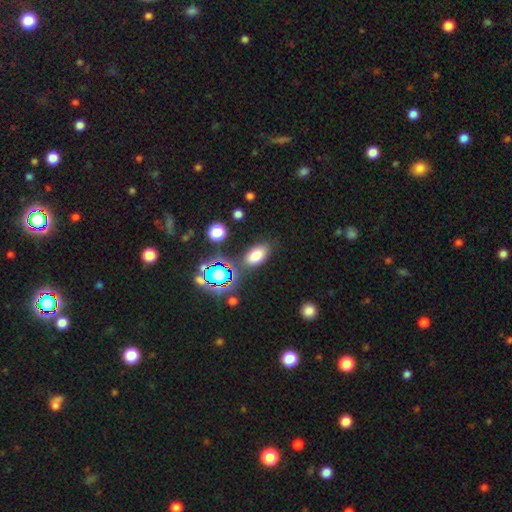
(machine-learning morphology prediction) This is likely a smooth galaxy (72%). How rounded: clearly in between (89%). Merging: likely none (78%).